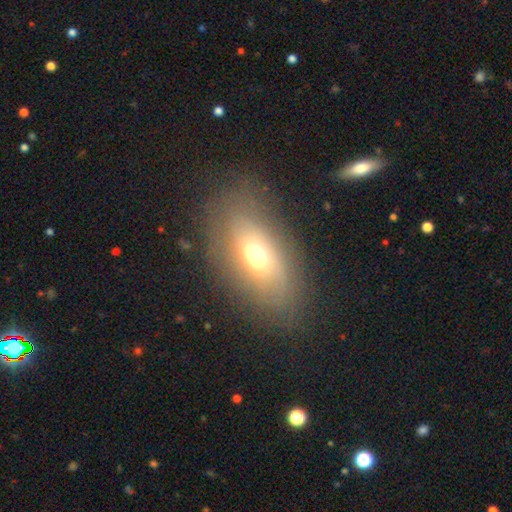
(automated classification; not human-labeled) smooth-or-featured: smooth: 60% | featured or disk: 28% | star or artifact: 12%
  how-rounded: in between: 84% | round: 8% | cigar-shaped: 7%
  merging: none: 79% | minor disturbance: 13% | major disturbance: 6% | merger: 2%